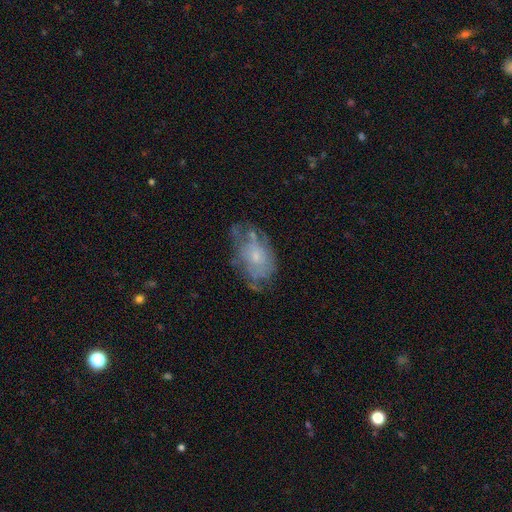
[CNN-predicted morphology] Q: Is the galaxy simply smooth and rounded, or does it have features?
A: featured or disk — 54%.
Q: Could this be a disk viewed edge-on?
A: no — 95%.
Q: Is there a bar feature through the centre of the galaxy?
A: no — 86%.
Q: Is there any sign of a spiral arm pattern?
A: no — 61%.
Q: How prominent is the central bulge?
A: small — 64%.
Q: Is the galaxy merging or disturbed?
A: none — 49%.